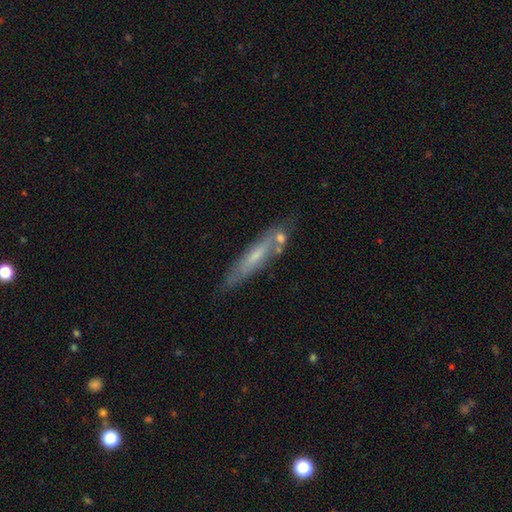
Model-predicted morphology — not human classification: type=featured or disk (51%); edge-on=yes (68%); merging=none (66%).